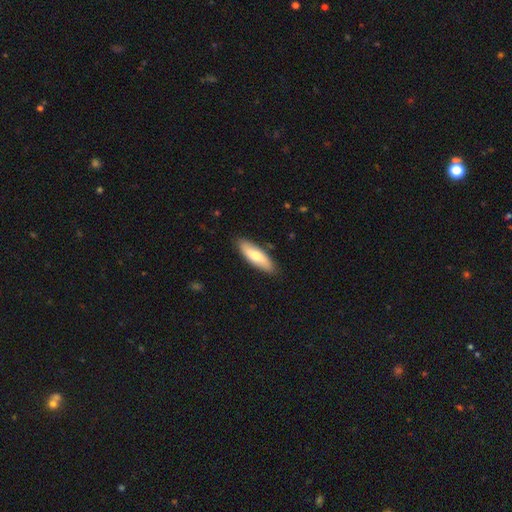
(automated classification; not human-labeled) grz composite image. It shows a smooth galaxy with no disk features (67%) that is in between round and cigar-shaped (54%). Merging: none (87%).